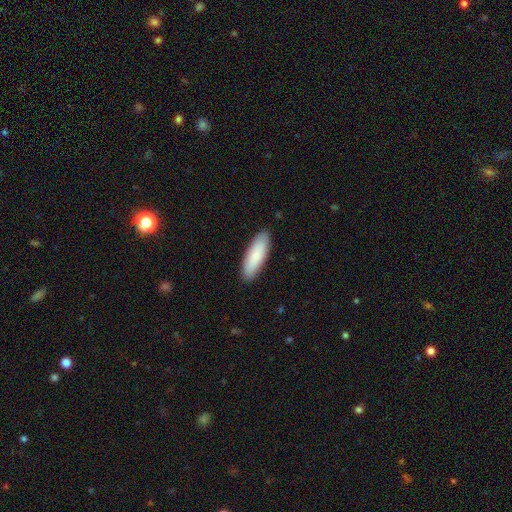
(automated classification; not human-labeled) Q: Smooth or featured?
A: smooth (85%); runner-up: featured or disk (10%)
Q: How rounded?
A: in between (55%); runner-up: cigar-shaped (43%)
Q: Merging?
A: none (89%); runner-up: minor disturbance (8%)